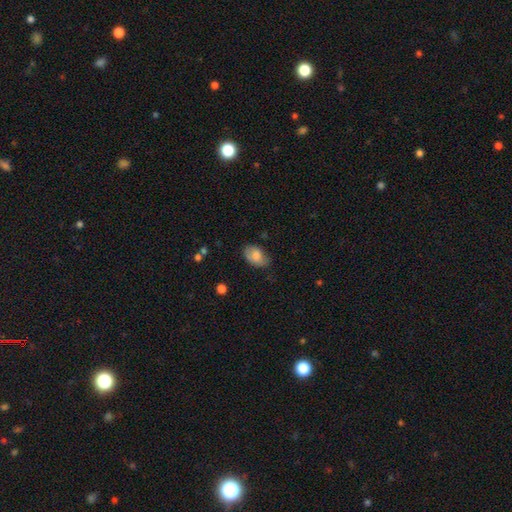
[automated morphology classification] Smooth or featured?
  - smooth: 74% *
  - featured or disk: 19%
  - star or artifact: 7%
How rounded?
  - in between: 88% *
  - round: 11%
  - cigar-shaped: 1%
Merging?
  - none: 63% *
  - minor disturbance: 28%
  - major disturbance: 7%
  - merger: 2%